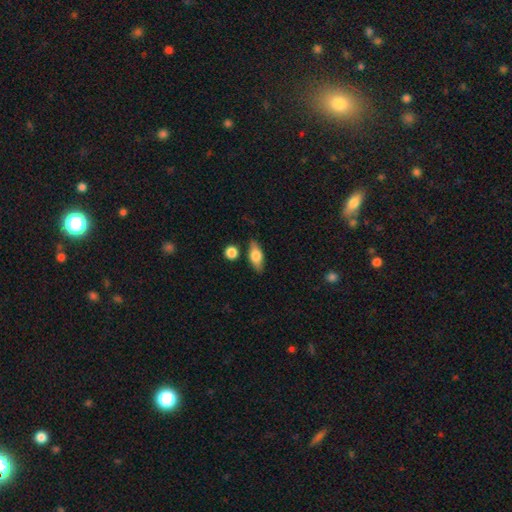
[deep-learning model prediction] This is likely a smooth galaxy (64%). How rounded: likely in between (72%). Merging: clearly none (80%).